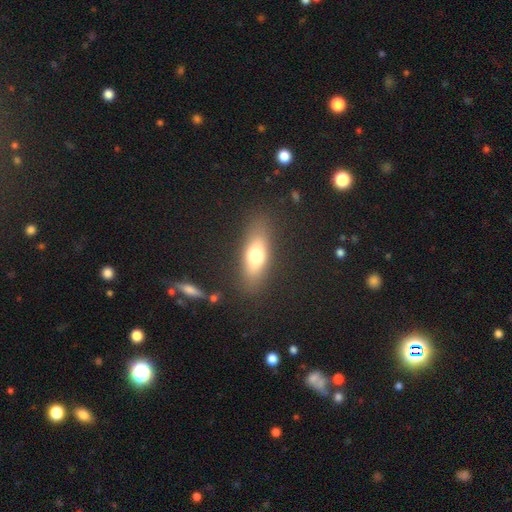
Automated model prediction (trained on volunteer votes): A smooth galaxy with no disk features (66%) that is in between round and cigar-shaped (65%).

Vote fractions:
- Smooth or featured? smooth: 66% / featured or disk: 25% / star or artifact: 9%
- How rounded? in between: 65% / cigar-shaped: 29% / round: 5%
- Merging? none: 82% / minor disturbance: 11% / major disturbance: 5% / merger: 2%